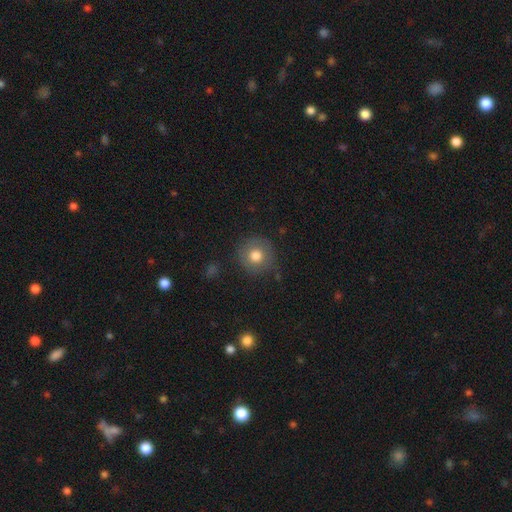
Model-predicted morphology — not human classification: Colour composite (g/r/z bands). It shows a smooth galaxy with no disk features (76%) that is round (93%). Merging: none (83%).